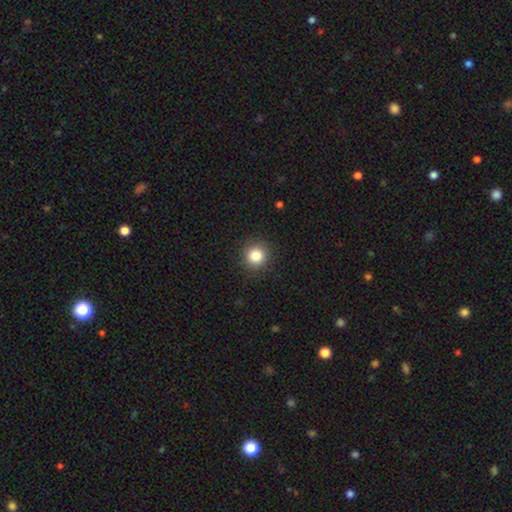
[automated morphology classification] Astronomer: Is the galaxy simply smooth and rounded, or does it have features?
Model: smooth — 84%.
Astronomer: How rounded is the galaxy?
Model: round — 94%.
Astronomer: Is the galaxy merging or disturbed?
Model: none — 90%.